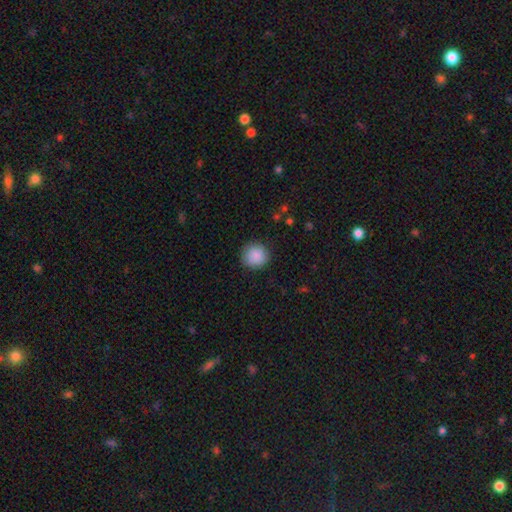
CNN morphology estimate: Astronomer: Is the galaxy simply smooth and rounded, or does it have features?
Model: smooth — 89%.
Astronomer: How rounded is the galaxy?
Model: round — 92%.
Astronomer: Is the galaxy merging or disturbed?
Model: none — 89%.